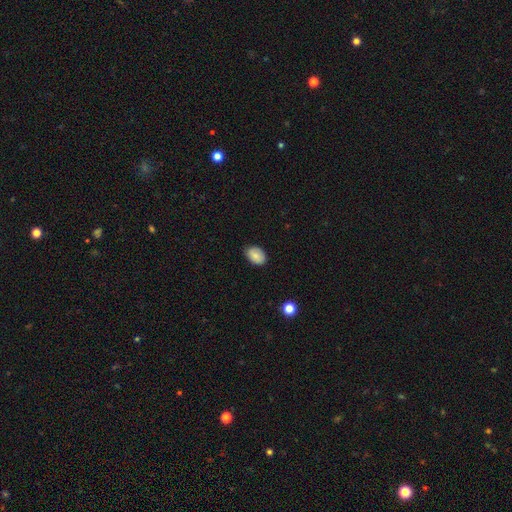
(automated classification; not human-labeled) smooth 83%, featured or disk 9%, star or artifact 8%. Down the decision tree: how rounded — in between (84%); merging — none (81%).